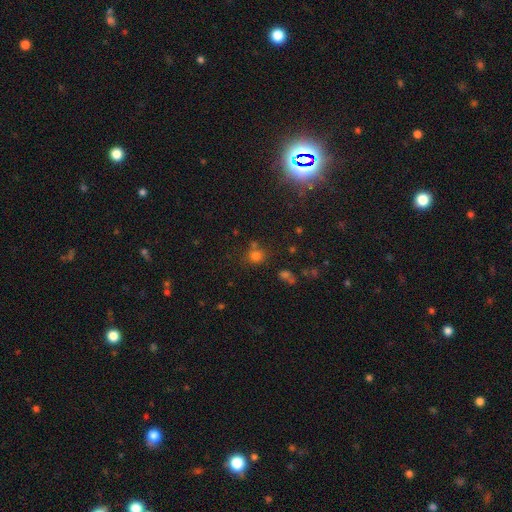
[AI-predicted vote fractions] Smooth or featured?
  - smooth: 72% *
  - star or artifact: 20%
  - featured or disk: 8%
How rounded?
  - round: 85% *
  - in between: 14%
  - cigar-shaped: 1%
Merging?
  - none: 66% *
  - merger: 17%
  - minor disturbance: 12%
  - major disturbance: 5%